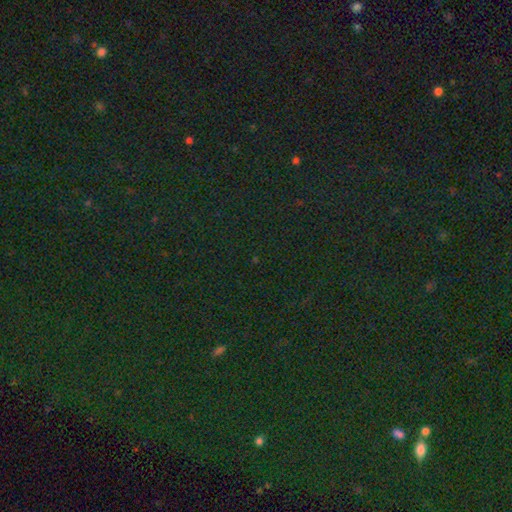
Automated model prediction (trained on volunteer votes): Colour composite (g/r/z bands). It shows a star or artifact, not a galaxy (81%).